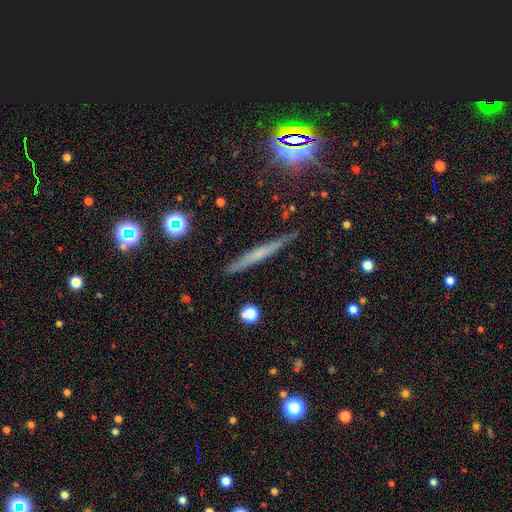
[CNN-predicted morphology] Q: Smooth or featured?
A: featured or disk (46%); runner-up: smooth (39%)
Q: Merging?
A: none (88%); runner-up: minor disturbance (9%)